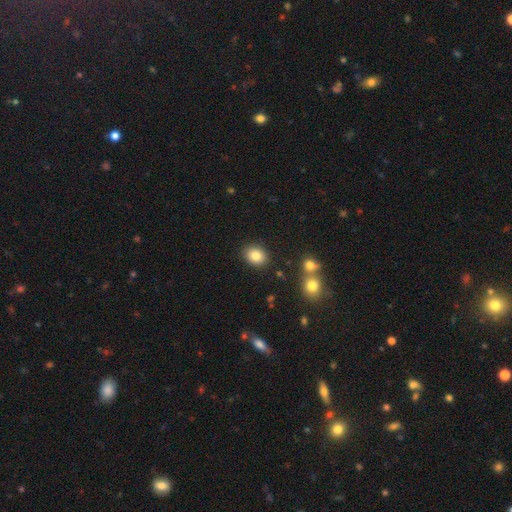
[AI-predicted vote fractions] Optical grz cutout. It shows a smooth galaxy with no disk features (83%) that is round (54%). Merging: none (87%).